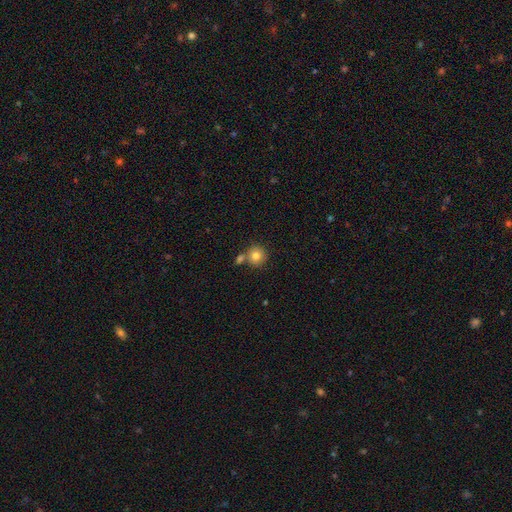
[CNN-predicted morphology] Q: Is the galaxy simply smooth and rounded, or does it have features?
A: smooth — 81%.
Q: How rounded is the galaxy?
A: round — 92%.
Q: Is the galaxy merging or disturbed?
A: none — 67%.